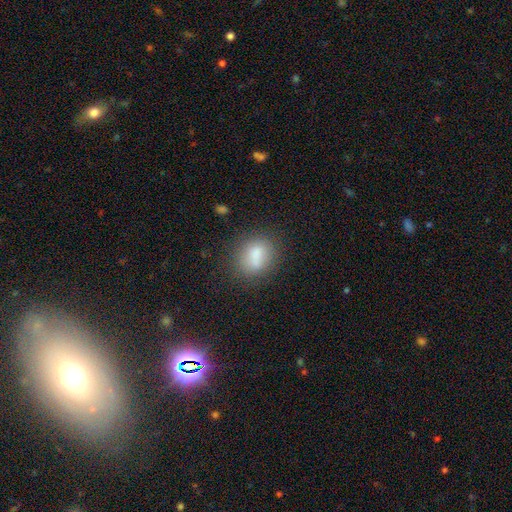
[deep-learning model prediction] A smooth galaxy with no disk features (77%) that is in between round and cigar-shaped (51%). Merging: none (68%).